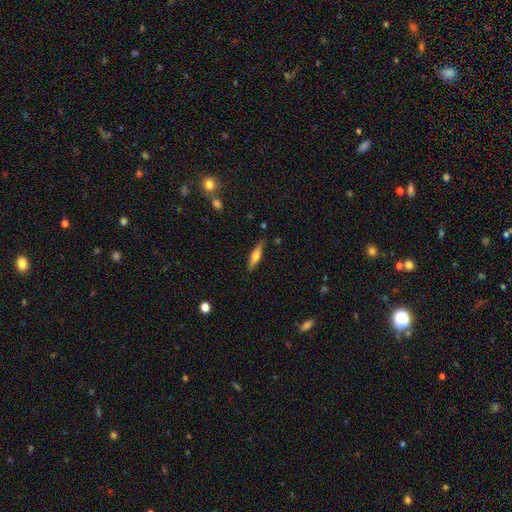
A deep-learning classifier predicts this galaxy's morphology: Smooth or featured: smooth — 52% (featured or disk — 41%)
How rounded: cigar-shaped — 78% (in between — 20%)
Merging: none — 84% (minor disturbance — 12%)